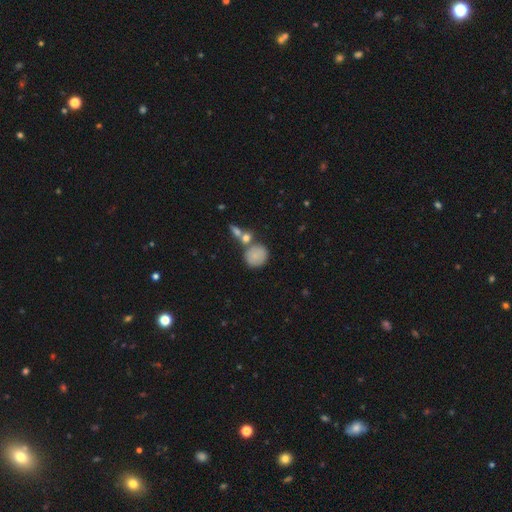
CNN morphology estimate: Smooth or featured? Predicted: smooth (p=0.80). How rounded? Predicted: round (p=0.83). Merging? Predicted: none (p=0.59).